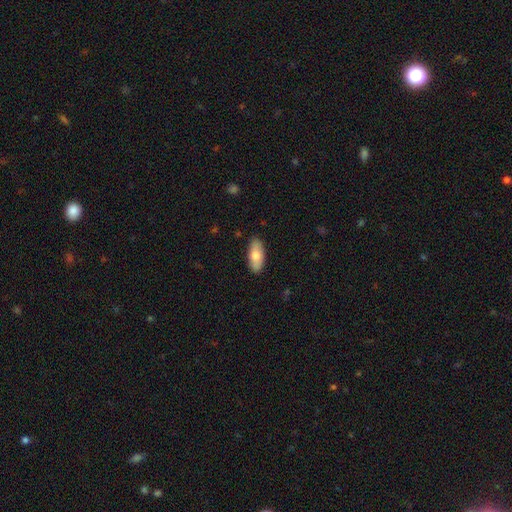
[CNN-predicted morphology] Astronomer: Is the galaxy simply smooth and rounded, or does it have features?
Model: smooth — 73%.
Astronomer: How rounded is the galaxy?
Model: in between — 85%.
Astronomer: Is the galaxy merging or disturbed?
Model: none — 87%.